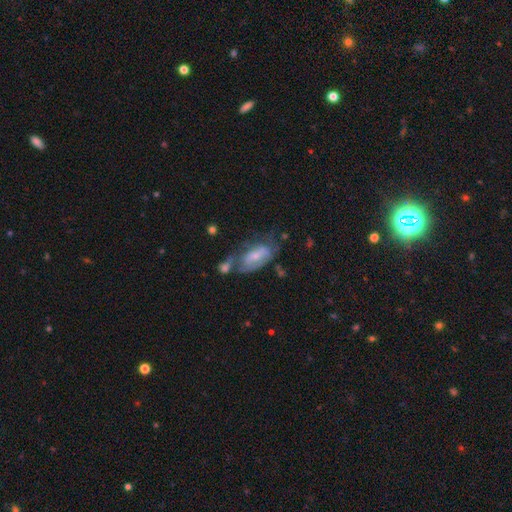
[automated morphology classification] A featured or disk galaxy (52%). Merging: none (29%).